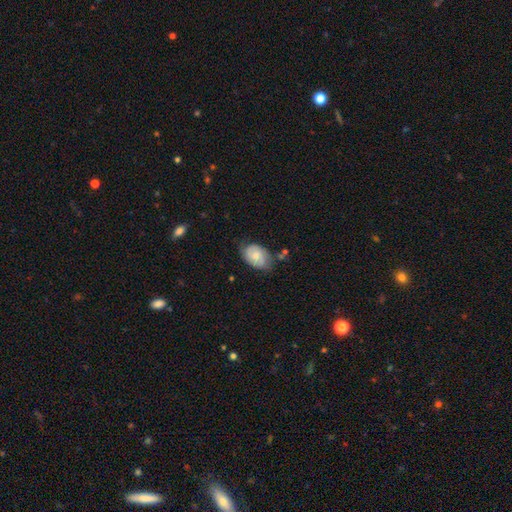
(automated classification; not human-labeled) smooth 61%, featured or disk 32%, star or artifact 7%. Down the decision tree: how rounded — in between (86%); merging — none (64%).